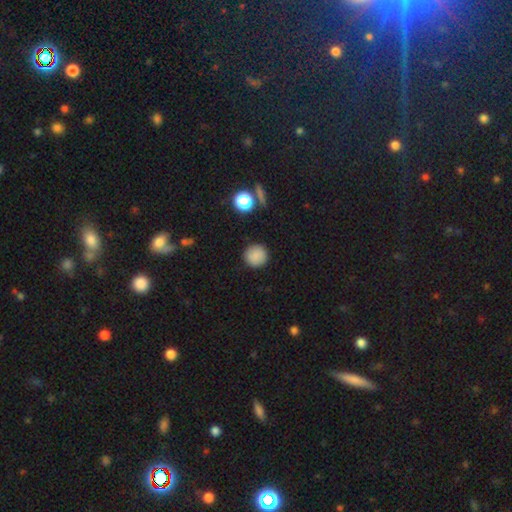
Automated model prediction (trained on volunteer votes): The model was most divided on "smooth or featured": smooth: 85%, star or artifact: 10%, featured or disk: 4%. More confident: how rounded — round (94%); merging — none (89%).